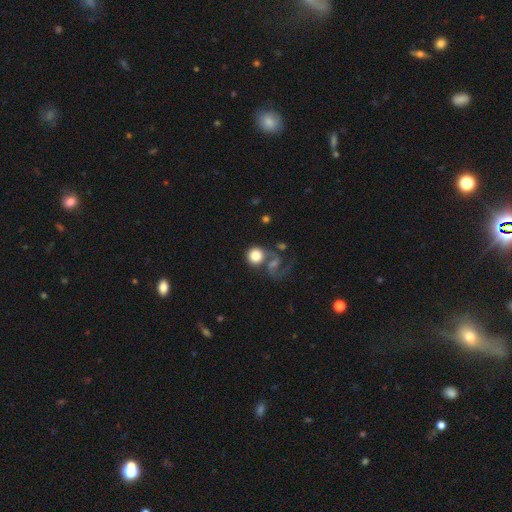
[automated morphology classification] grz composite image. It shows a smooth galaxy with no disk features (72%) that is round (88%). Merging: none (42%).